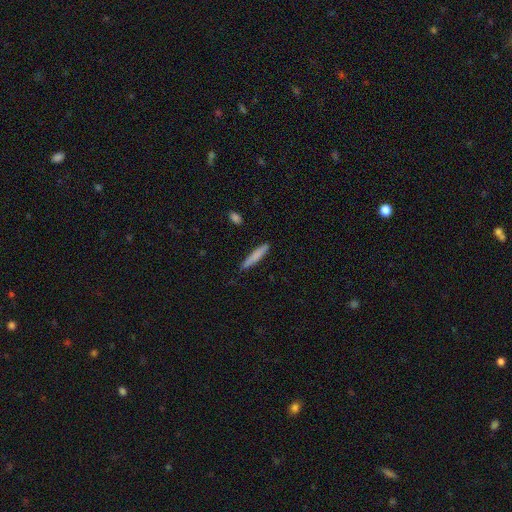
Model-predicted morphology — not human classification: Q: Smooth or featured?
A: smooth (78%); runner-up: featured or disk (16%)
Q: How rounded?
A: cigar-shaped (92%); runner-up: in between (7%)
Q: Merging?
A: none (83%); runner-up: minor disturbance (13%)